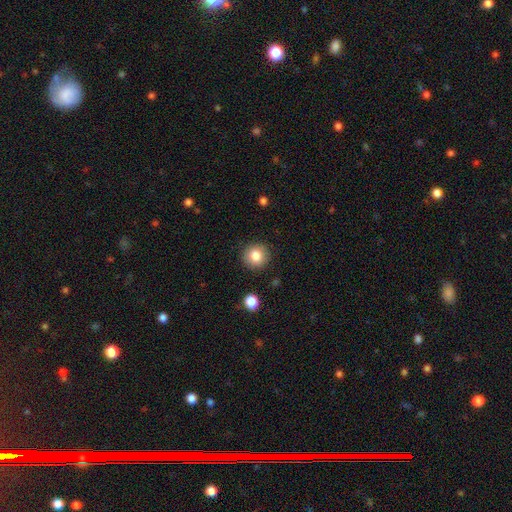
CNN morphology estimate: type=smooth (83%); roundness=round (91%); merging=none (90%).